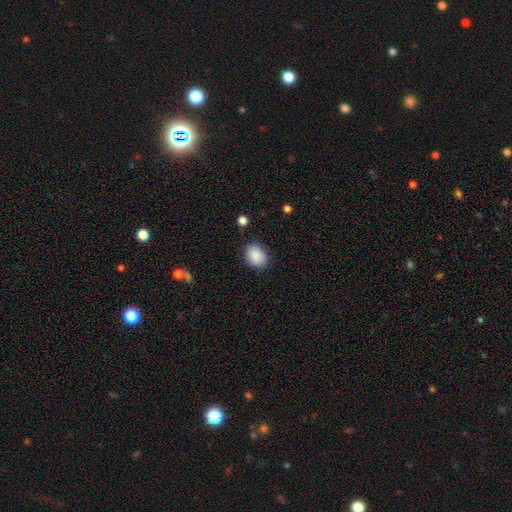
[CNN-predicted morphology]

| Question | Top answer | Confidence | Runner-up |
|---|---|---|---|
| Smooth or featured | smooth | 89% | star or artifact (8%) |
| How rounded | in between | 56% | round (43%) |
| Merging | none | 83% | minor disturbance (12%) |